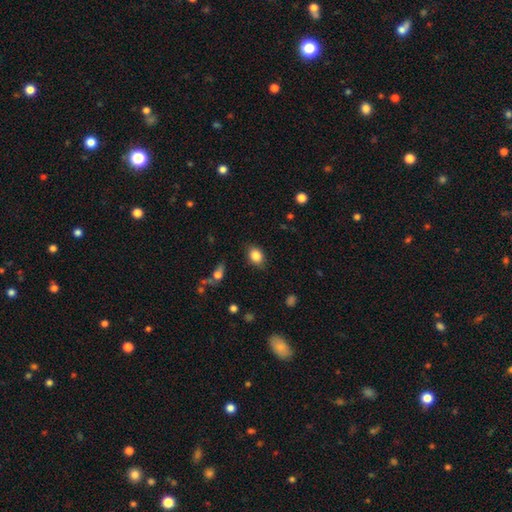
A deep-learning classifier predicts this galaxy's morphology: smooth_or_featured: smooth (p=0.84) [alt: star or artifact p=0.09]
how_rounded: in between (p=0.66) [alt: round p=0.33]
merging: none (p=0.81) [alt: minor disturbance p=0.14]